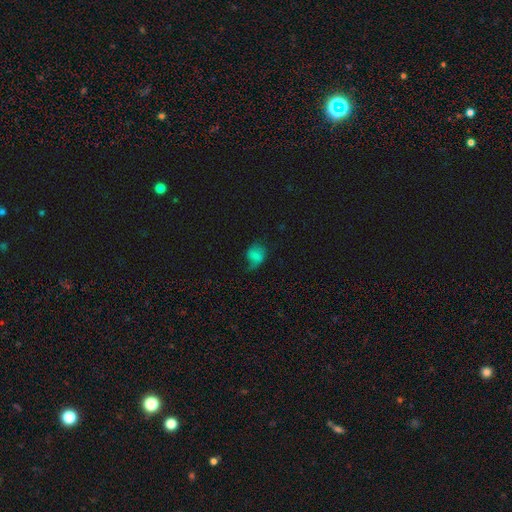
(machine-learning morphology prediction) Overall: smooth (61%; featured or disk 25%). How rounded: in between (57%; round 42%). Merging: none (42%; minor disturbance 30%).